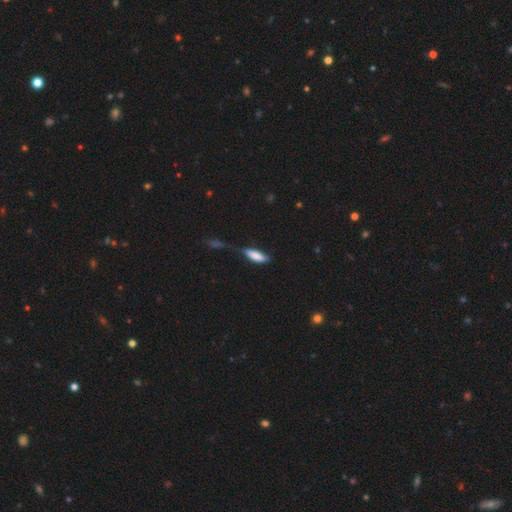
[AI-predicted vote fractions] Smooth or featured? Predicted: smooth (p=0.81). How rounded? Predicted: in between (p=0.60). Merging? Predicted: none (p=0.35).